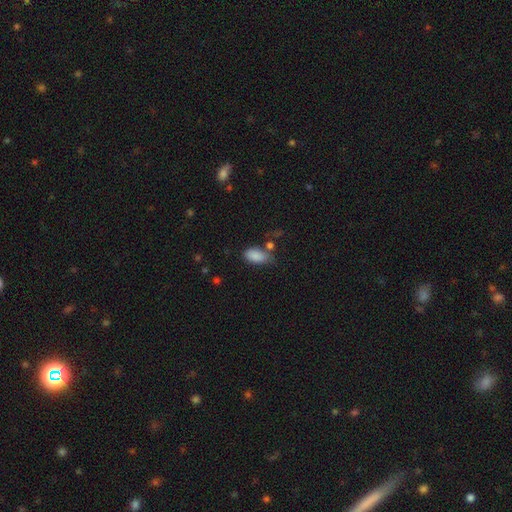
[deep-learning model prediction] This appears to be a smooth galaxy with no disk features (86%) that is in between round and cigar-shaped (92%). Merging: none (58%).